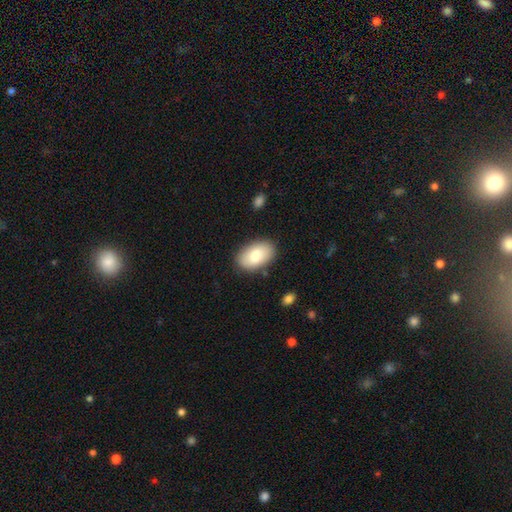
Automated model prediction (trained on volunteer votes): This appears to be a smooth galaxy with no disk features (79%) that is in between round and cigar-shaped (93%). Merging: none (85%).